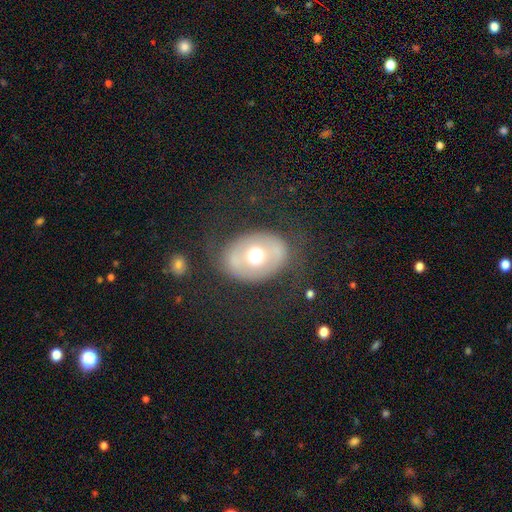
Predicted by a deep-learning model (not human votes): smooth-or-featured: featured or disk: 49% | smooth: 43% | star or artifact: 8%
  merging: none: 68% | major disturbance: 16% | minor disturbance: 14% | merger: 2%